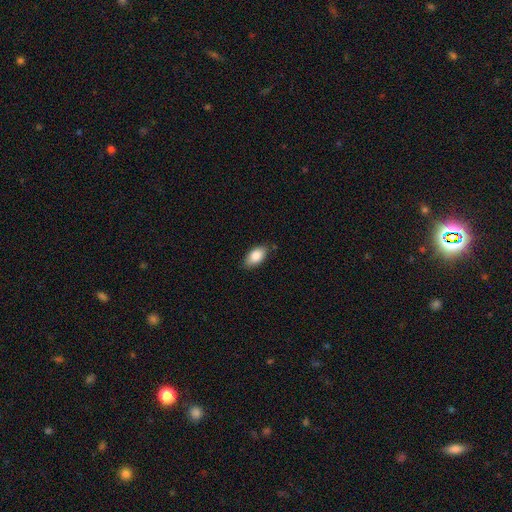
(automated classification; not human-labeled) Smooth or featured?
  - smooth: 85% *
  - featured or disk: 9%
  - star or artifact: 7%
How rounded?
  - in between: 93% *
  - round: 4%
  - cigar-shaped: 3%
Merging?
  - none: 82% *
  - minor disturbance: 14%
  - major disturbance: 2%
  - merger: 1%